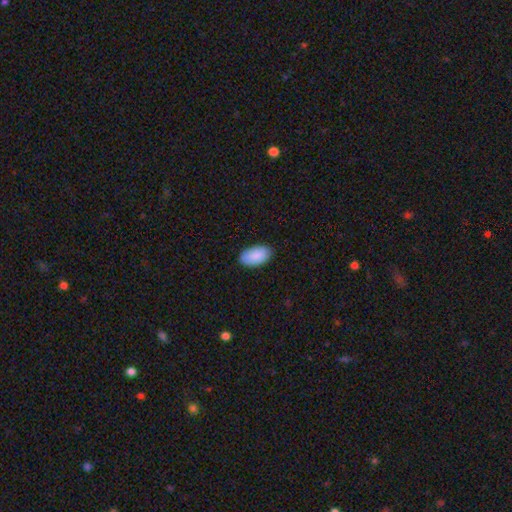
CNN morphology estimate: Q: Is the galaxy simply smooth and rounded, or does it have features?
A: smooth — 89%.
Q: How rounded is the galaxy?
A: in between — 96%.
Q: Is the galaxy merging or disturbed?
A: none — 87%.